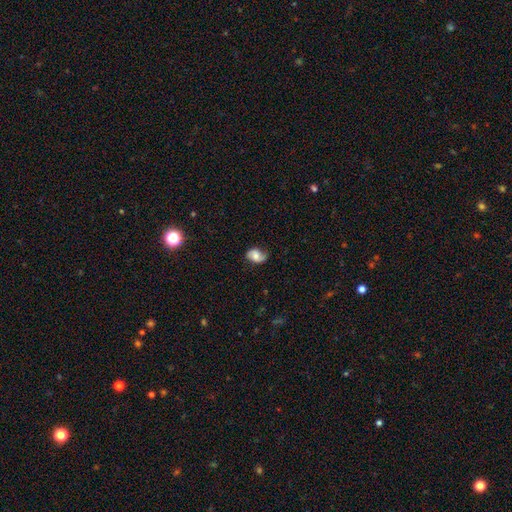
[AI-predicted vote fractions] This is possibly a featured or disk galaxy (47%). Merging: likely none (64%).